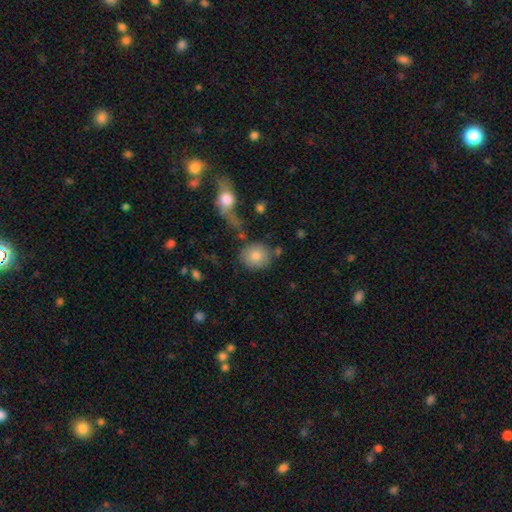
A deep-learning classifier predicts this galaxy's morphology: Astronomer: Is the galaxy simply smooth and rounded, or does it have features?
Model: smooth — 79%.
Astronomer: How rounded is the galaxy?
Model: round — 76%.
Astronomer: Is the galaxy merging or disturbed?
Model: none — 72%.